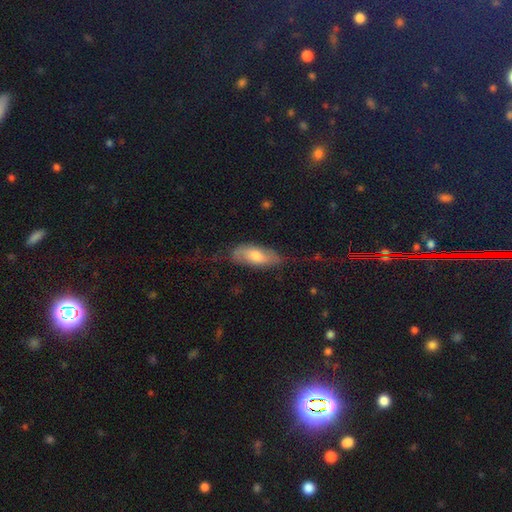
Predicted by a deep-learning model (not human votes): The model was most divided on "smooth or featured": smooth: 60%, featured or disk: 33%, star or artifact: 6%. More confident: how rounded — in between (77%); merging — none (64%).